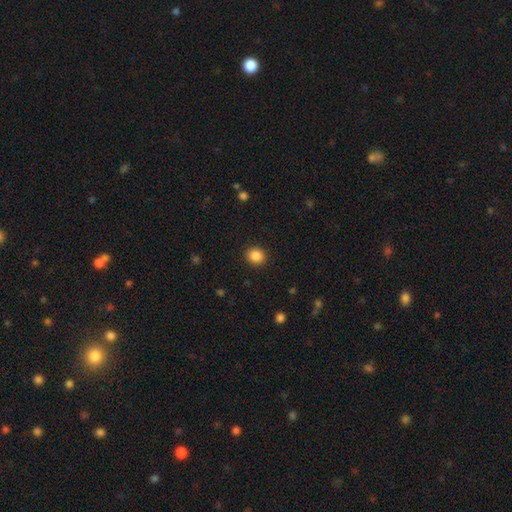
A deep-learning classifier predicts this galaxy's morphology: This is clearly a smooth galaxy (87%). How rounded: likely round (74%). Merging: clearly none (90%).